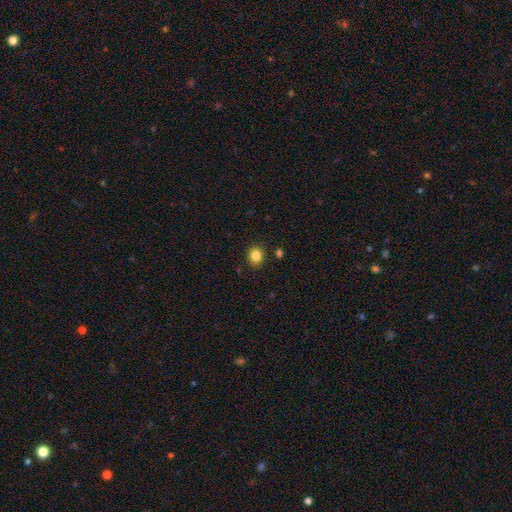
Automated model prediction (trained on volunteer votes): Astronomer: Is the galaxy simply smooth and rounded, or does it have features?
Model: smooth — 84%.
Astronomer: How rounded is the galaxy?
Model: round — 69%.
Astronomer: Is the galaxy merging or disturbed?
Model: none — 89%.